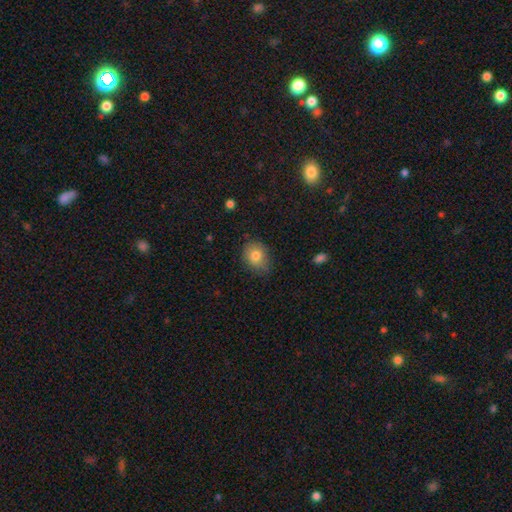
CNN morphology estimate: Smooth or featured: smooth — 79% (featured or disk — 11%)
How rounded: round — 51% (in between — 49%)
Merging: none — 70% (minor disturbance — 25%)